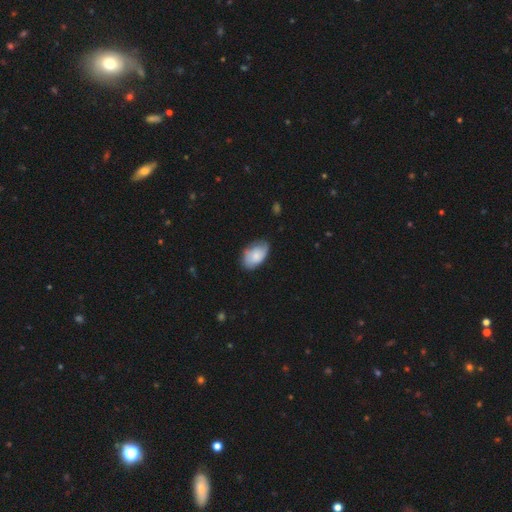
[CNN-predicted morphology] smooth_or_featured: smooth (p=0.75) [alt: featured or disk p=0.19]
how_rounded: in between (p=0.92) [alt: round p=0.07]
merging: none (p=0.67) [alt: minor disturbance p=0.26]